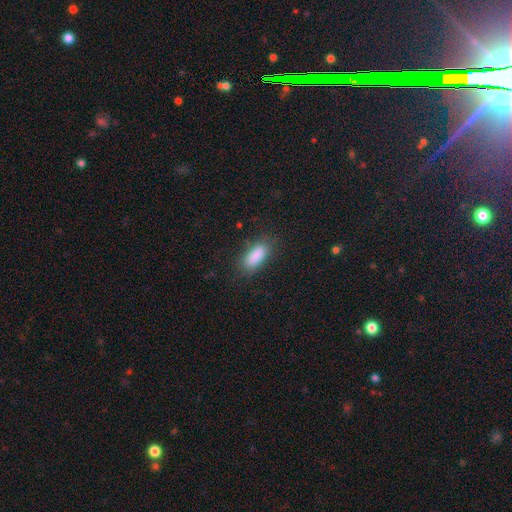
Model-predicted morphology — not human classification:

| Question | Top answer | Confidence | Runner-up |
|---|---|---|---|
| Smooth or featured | smooth | 87% | star or artifact (8%) |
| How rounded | in between | 77% | cigar-shaped (20%) |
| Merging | none | 80% | minor disturbance (14%) |